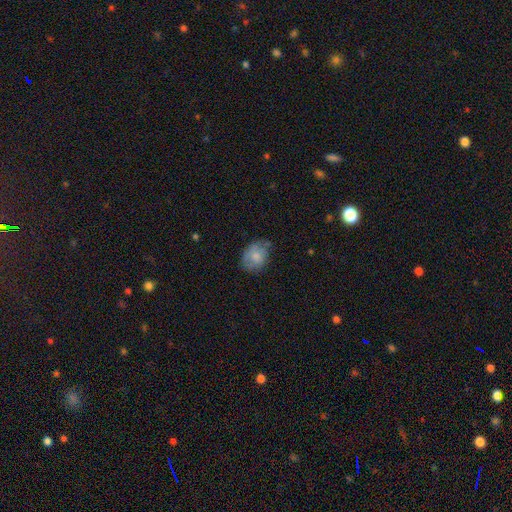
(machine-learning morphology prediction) smooth_or_featured: smooth (p=0.74) [alt: featured or disk p=0.19]
how_rounded: in between (p=0.62) [alt: round p=0.37]
merging: none (p=0.55) [alt: minor disturbance p=0.33]